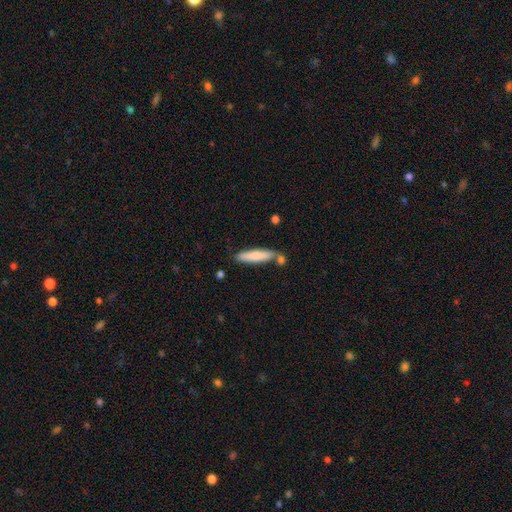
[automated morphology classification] Smooth or featured? Predicted: smooth (p=0.74). How rounded? Predicted: cigar-shaped (p=0.82). Merging? Predicted: none (p=0.69).